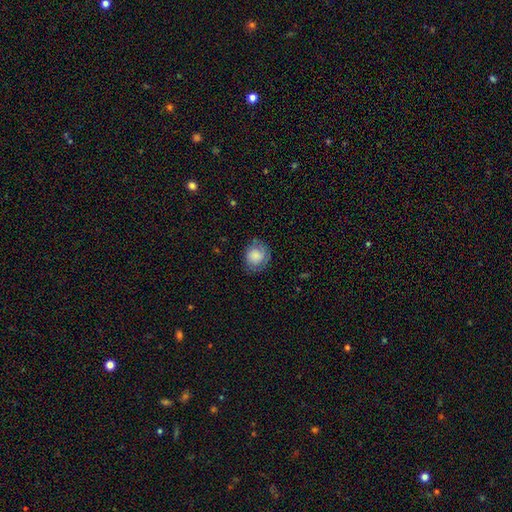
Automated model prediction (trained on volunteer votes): The model was most divided on "merging": none: 70%, minor disturbance: 22%, major disturbance: 7%, merger: 1%. More confident: how rounded — round (75%); smooth or featured — smooth (73%).